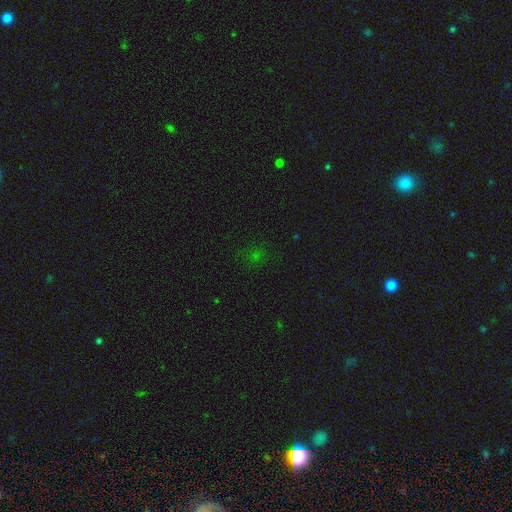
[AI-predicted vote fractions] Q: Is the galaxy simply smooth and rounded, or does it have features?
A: star or artifact — 55%.